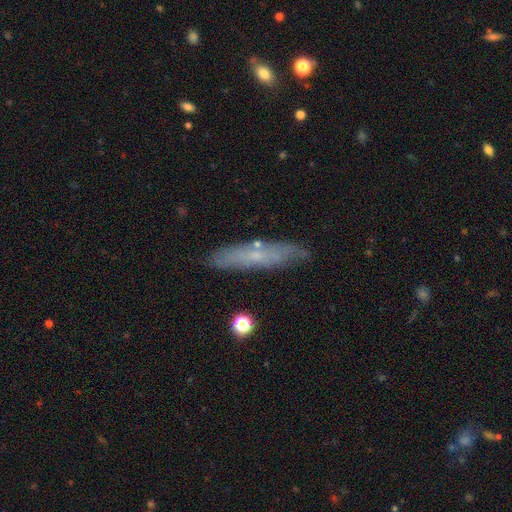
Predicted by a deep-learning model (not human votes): Q: Smooth or featured?
A: smooth (46%); tied with: featured or disk (46%)
Q: Merging?
A: none (80%); runner-up: minor disturbance (14%)